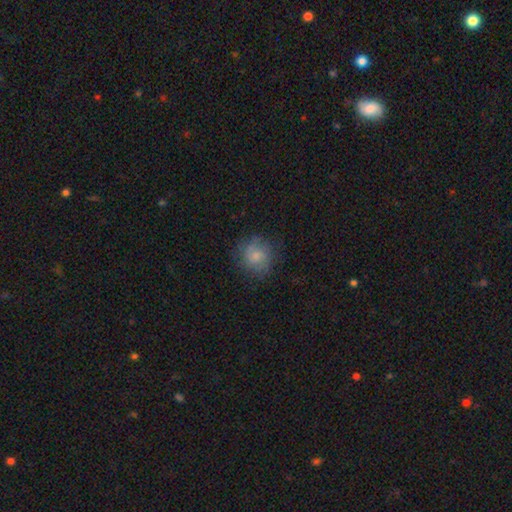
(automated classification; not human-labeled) Smooth or featured: smooth — 71% (featured or disk — 20%)
How rounded: round — 85% (in between — 14%)
Merging: none — 74% (minor disturbance — 18%)